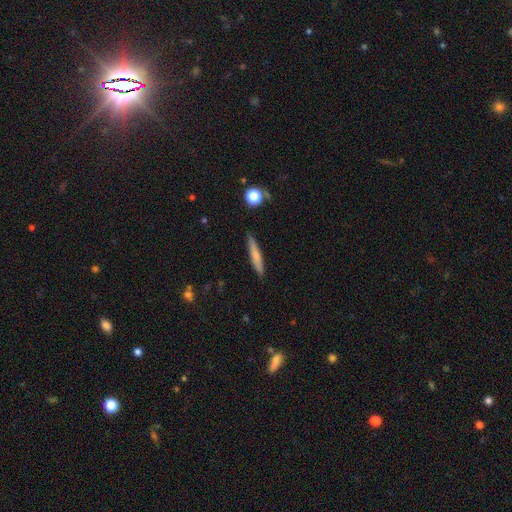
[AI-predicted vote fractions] smooth-or-featured: smooth: 64% | featured or disk: 29% | star or artifact: 7%
  how-rounded: cigar-shaped: 92% | in between: 6% | round: 2%
  merging: none: 88% | minor disturbance: 9% | major disturbance: 2% | merger: 1%